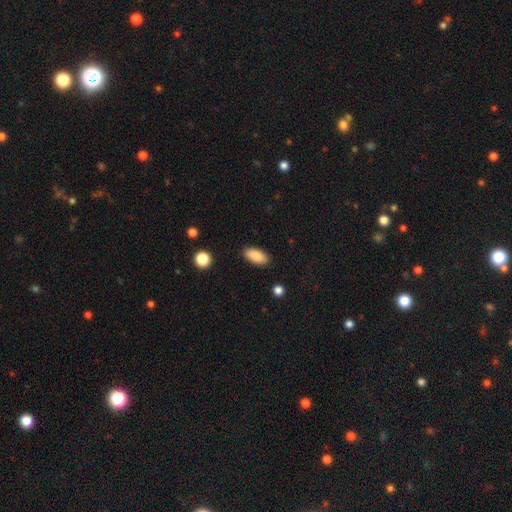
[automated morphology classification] A smooth galaxy with no disk features (88%) that is in between round and cigar-shaped (90%). Merging: none (89%).